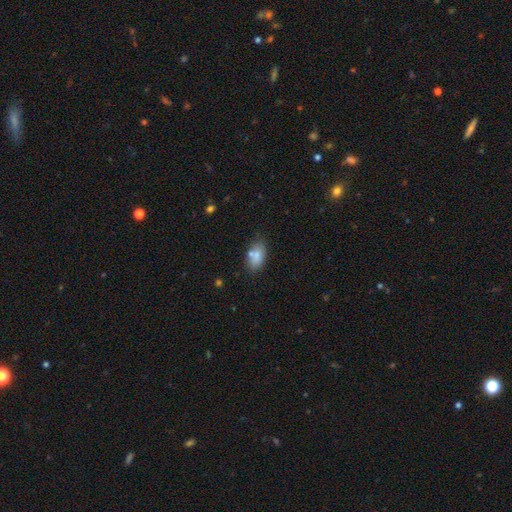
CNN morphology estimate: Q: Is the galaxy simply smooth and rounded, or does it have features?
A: smooth — 79%.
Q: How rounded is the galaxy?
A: in between — 89%.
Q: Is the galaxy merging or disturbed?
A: none — 67%.